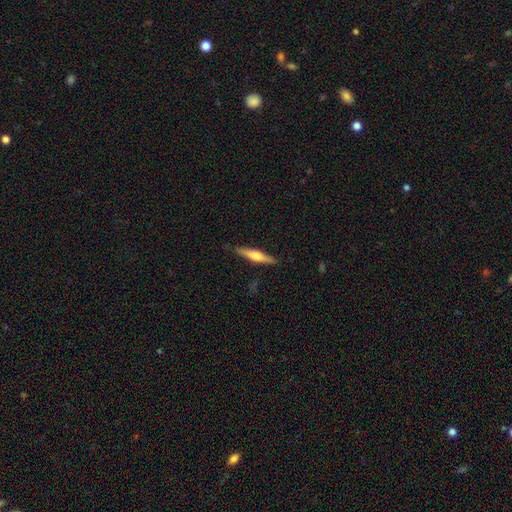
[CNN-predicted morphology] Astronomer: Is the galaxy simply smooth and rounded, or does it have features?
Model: featured or disk — 58% (runner-up: smooth, 37%).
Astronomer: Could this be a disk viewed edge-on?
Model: yes — 97%.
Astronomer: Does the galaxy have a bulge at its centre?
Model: rounded — 87%.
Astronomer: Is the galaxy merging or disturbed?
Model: none — 89%.